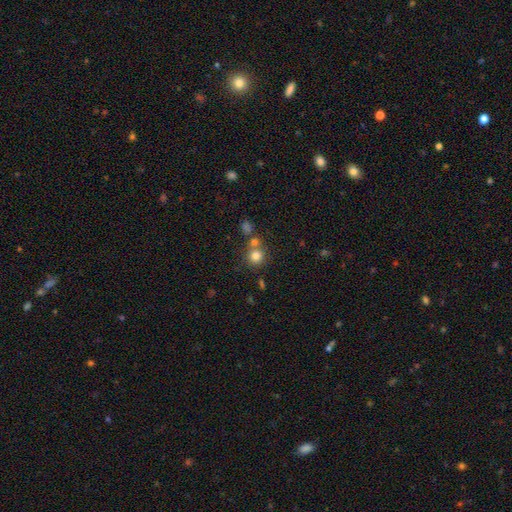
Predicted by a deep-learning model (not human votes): Smooth or featured? smooth (79%)
How rounded? round (89%)
Merging? none (62%)